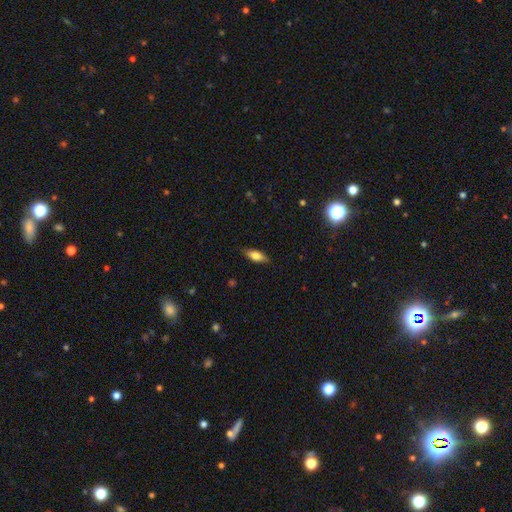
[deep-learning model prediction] Smooth or featured? smooth (75%)
How rounded? in between (76%)
Merging? none (84%)